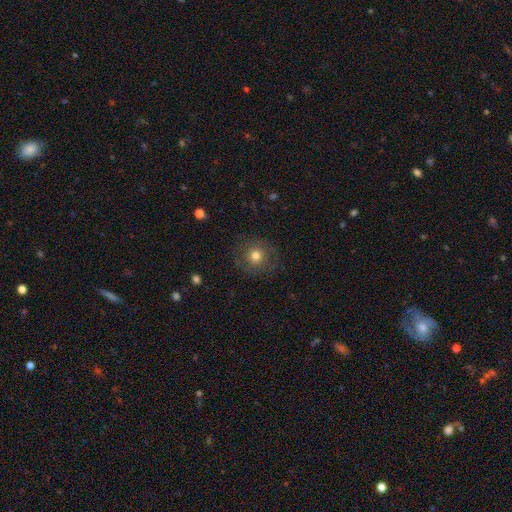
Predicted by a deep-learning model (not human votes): A smooth galaxy with no disk features (68%) that is round (91%).

Vote fractions:
- Smooth or featured? smooth: 68% / featured or disk: 20% / star or artifact: 12%
- How rounded? round: 91% / in between: 8% / cigar-shaped: 1%
- Merging? none: 83% / minor disturbance: 11% / major disturbance: 5% / merger: 1%